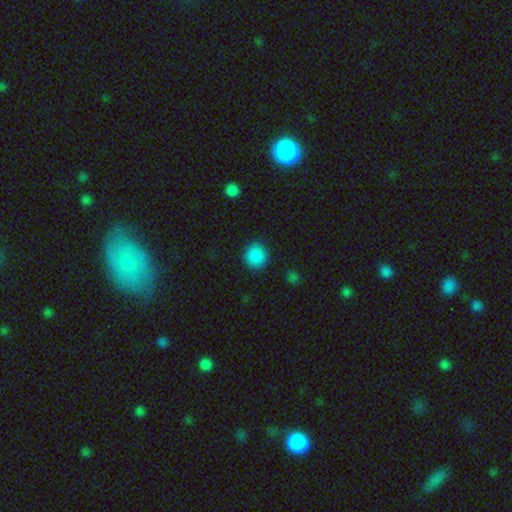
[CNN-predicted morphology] Overall: smooth (88%). How rounded: round (89%). Merging: none (90%).